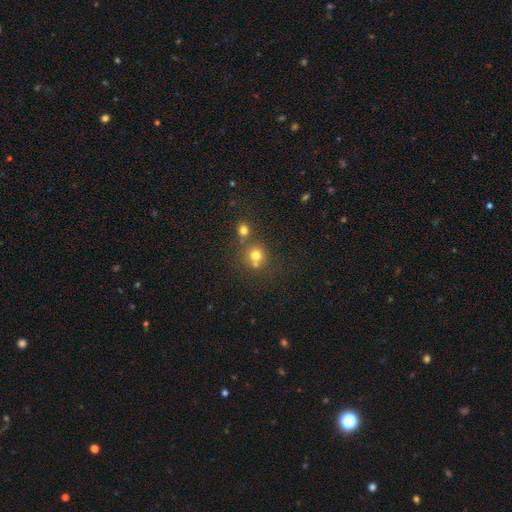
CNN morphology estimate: The model was most divided on "merging": none: 59%, merger: 29%, minor disturbance: 9%, major disturbance: 4%. More confident: how rounded — round (89%); smooth or featured — smooth (73%).